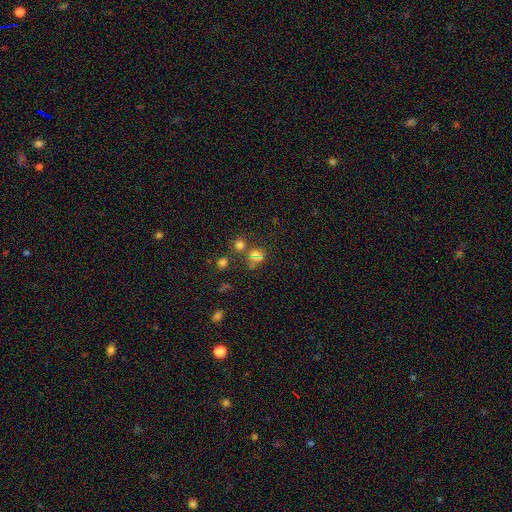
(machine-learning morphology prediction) Overall: smooth (51%; star or artifact 38%). How rounded: round (74%). Merging: none (59%; merger 22%).